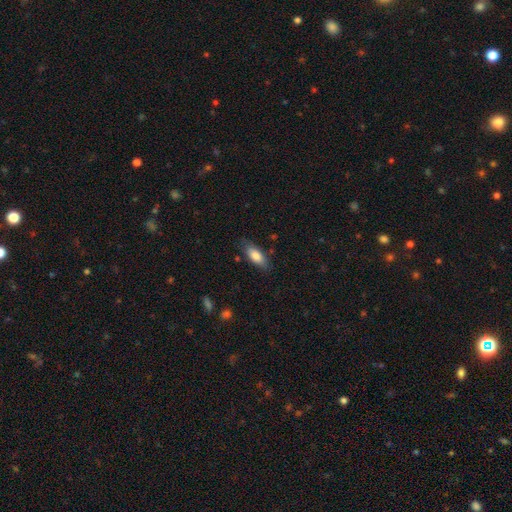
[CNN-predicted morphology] smooth-or-featured: smooth: 80% | featured or disk: 13% | star or artifact: 6%
  how-rounded: in between: 79% | cigar-shaped: 19% | round: 2%
  merging: none: 78% | minor disturbance: 16% | major disturbance: 4% | merger: 1%